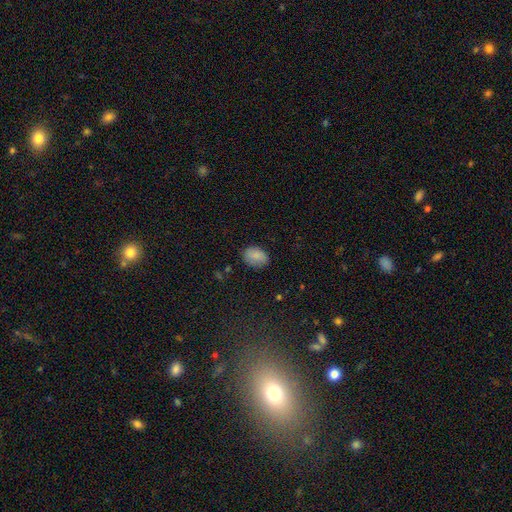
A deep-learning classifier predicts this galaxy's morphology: type=smooth (86%); roundness=in between (77%); merging=none (79%).